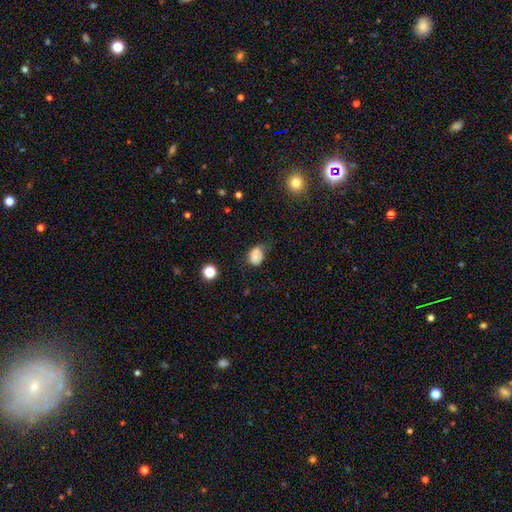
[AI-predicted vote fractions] smooth-or-featured: smooth: 81% | star or artifact: 11% | featured or disk: 9%
  how-rounded: in between: 69% | round: 30% | cigar-shaped: 1%
  merging: none: 49% | minor disturbance: 36% | major disturbance: 12% | merger: 4%